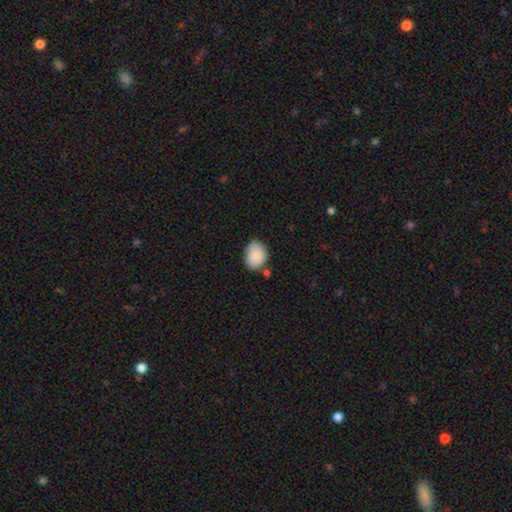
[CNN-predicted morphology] type=smooth (87%); roundness=in between (66%); merging=none (62%).